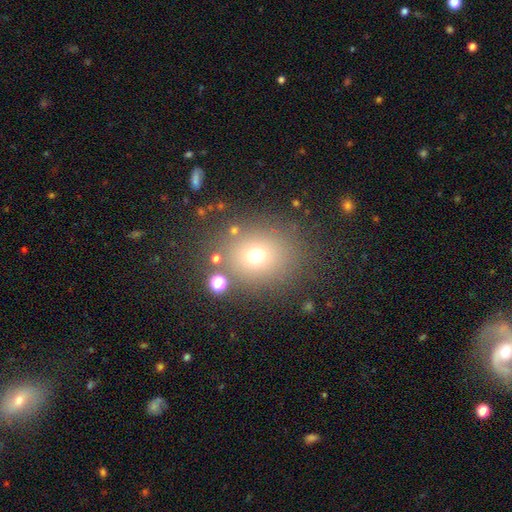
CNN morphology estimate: smooth-or-featured: smooth: 68% | star or artifact: 20% | featured or disk: 11%
  how-rounded: round: 73% | in between: 26% | cigar-shaped: 1%
  merging: none: 78% | minor disturbance: 10% | major disturbance: 6% | merger: 6%